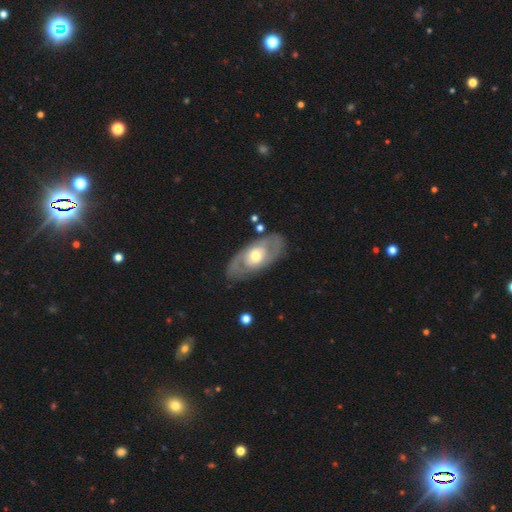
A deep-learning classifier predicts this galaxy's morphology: This is likely a featured or disk galaxy (72%). It is clearly not viewed edge-on (90%). Bar: likely no (75%). Spiral arm pattern: possibly yes (57%). Central bulge: likely moderate (66%). Merging: likely none (79%).